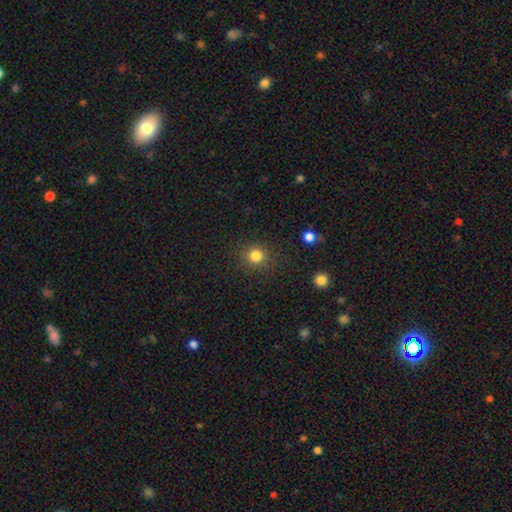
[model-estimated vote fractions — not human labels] Overall: smooth (83%). How rounded: round (91%). Merging: none (88%).